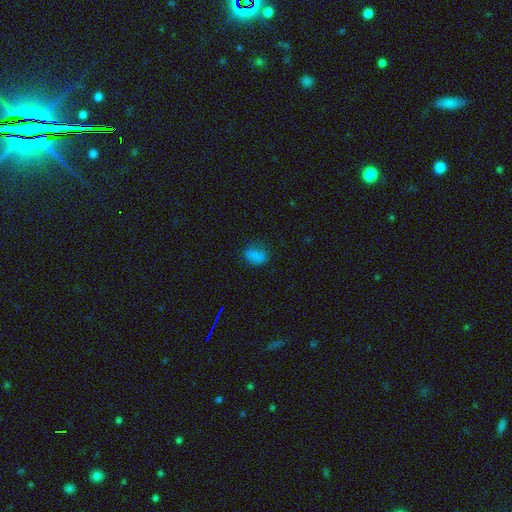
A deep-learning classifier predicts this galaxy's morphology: Smooth or featured? Predicted: smooth (p=0.79). How rounded? Predicted: in between (p=0.81). Merging? Predicted: none (p=0.70).